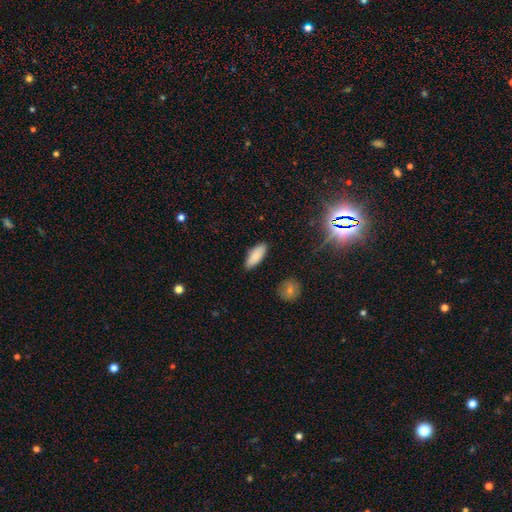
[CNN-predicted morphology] A smooth galaxy with no disk features (86%) that is in between round and cigar-shaped (75%).

Vote fractions:
- Smooth or featured? smooth: 86% / featured or disk: 7% / star or artifact: 7%
- How rounded? in between: 75% / cigar-shaped: 23% / round: 2%
- Merging? none: 88% / minor disturbance: 9% / major disturbance: 2% / merger: 1%